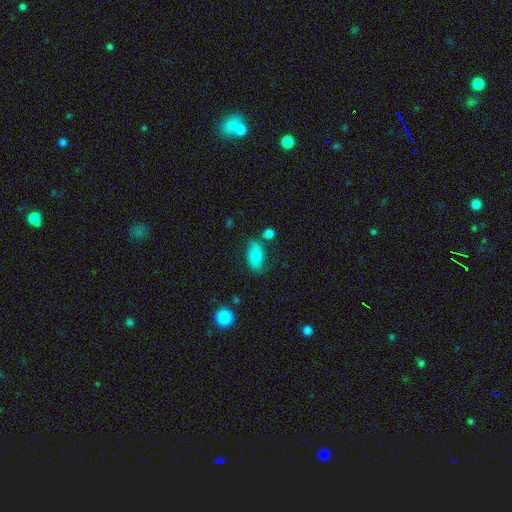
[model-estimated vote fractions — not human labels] A smooth galaxy with no disk features (74%) that is in between round and cigar-shaped (90%).

Vote fractions:
- Smooth or featured? smooth: 74% / featured or disk: 18% / star or artifact: 8%
- How rounded? in between: 90% / round: 6% / cigar-shaped: 4%
- Merging? none: 69% / minor disturbance: 19% / merger: 7% / major disturbance: 5%